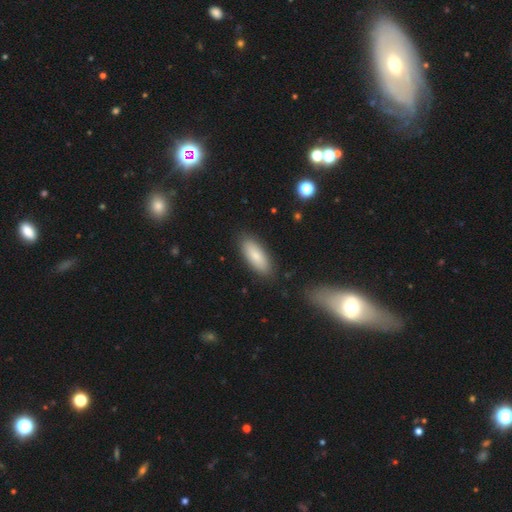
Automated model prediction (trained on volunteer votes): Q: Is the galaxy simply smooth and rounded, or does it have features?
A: smooth — 80%.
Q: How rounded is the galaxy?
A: in between — 75%.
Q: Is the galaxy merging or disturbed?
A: none — 85%.